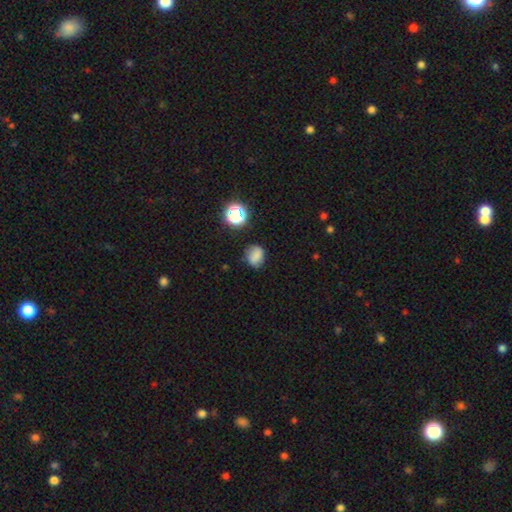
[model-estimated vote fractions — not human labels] A smooth galaxy with no disk features (75%) that is round (57%). Merging: none (72%).